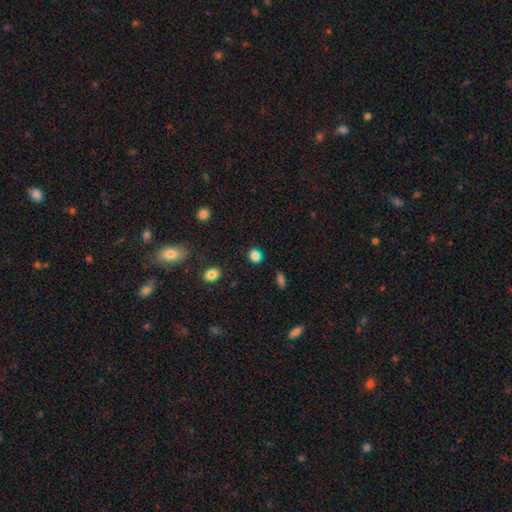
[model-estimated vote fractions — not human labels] smooth-or-featured: smooth: 80% | star or artifact: 15% | featured or disk: 5%
  how-rounded: round: 56% | in between: 42% | cigar-shaped: 2%
  merging: none: 80% | minor disturbance: 12% | merger: 5% | major disturbance: 4%